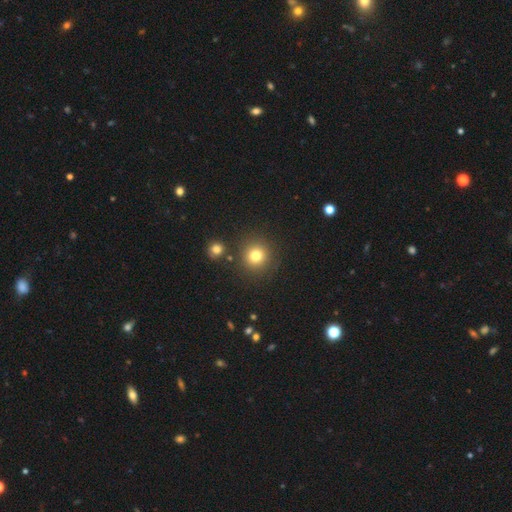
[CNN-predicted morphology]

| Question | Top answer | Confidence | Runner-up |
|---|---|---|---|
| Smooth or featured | smooth | 79% | star or artifact (14%) |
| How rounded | round | 93% | in between (6%) |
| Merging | none | 86% | minor disturbance (6%) |